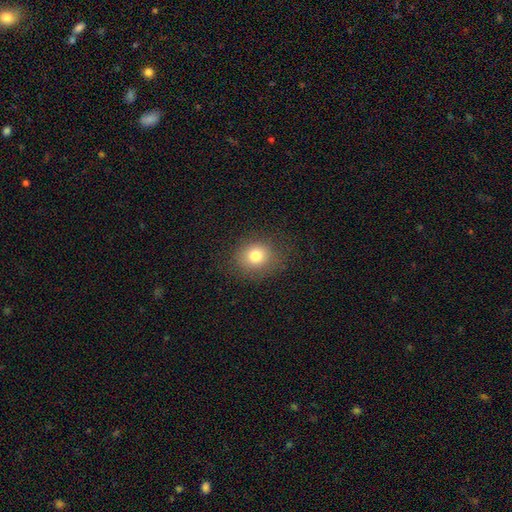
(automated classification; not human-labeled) Smooth or featured?
  - smooth: 78% *
  - star or artifact: 13%
  - featured or disk: 9%
How rounded?
  - round: 76% *
  - in between: 23%
  - cigar-shaped: 1%
Merging?
  - none: 83% *
  - minor disturbance: 11%
  - major disturbance: 5%
  - merger: 1%